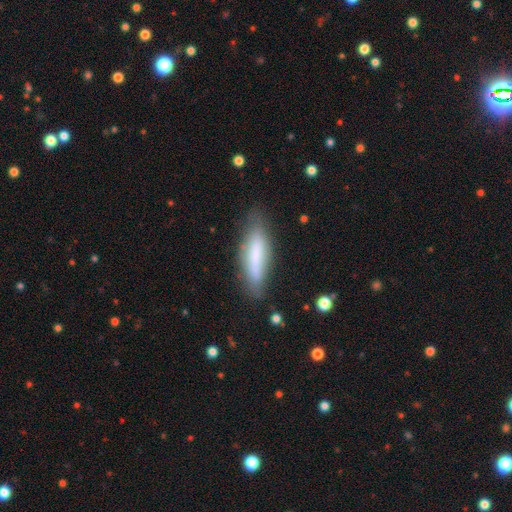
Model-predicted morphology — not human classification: Overall: smooth (70%). How rounded: cigar-shaped (64%; in between 35%). Merging: none (74%).